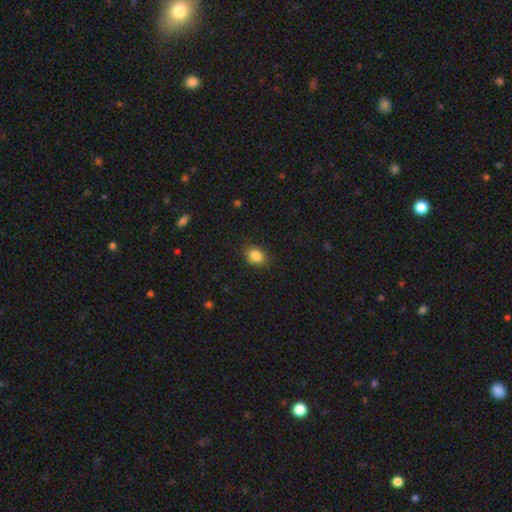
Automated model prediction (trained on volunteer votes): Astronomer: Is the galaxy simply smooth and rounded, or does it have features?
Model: smooth — 85%.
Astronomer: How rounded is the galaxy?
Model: in between — 59% (runner-up: round, 40%).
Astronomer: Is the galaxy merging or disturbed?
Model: none — 84%.